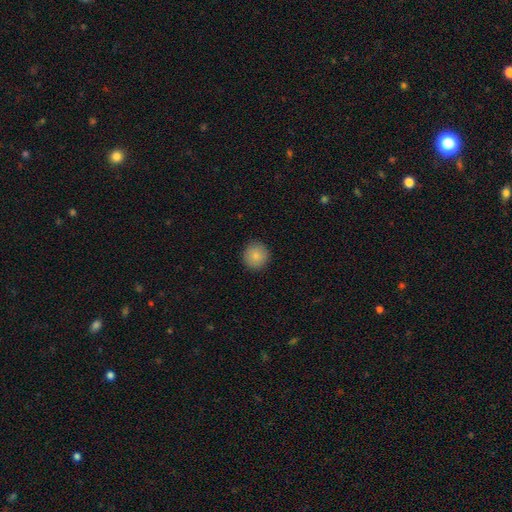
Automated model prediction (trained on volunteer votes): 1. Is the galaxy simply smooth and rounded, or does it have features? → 84% smooth, 9% star or artifact, 7% featured or disk.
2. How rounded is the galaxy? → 92% round, 7% in between, 1% cigar-shaped.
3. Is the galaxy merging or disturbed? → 91% none, 7% minor disturbance, 2% major disturbance, 1% merger.